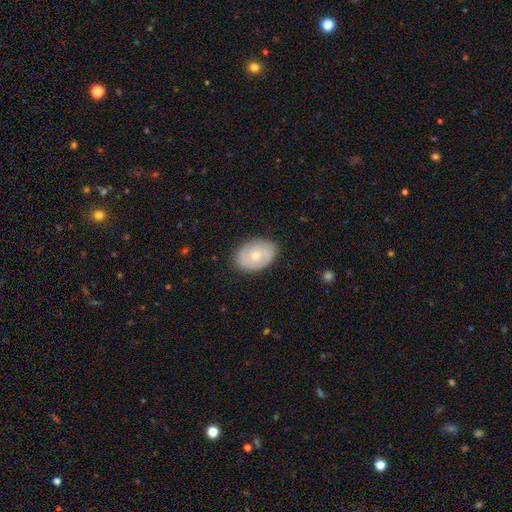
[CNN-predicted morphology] smooth-or-featured: featured or disk: 57% | smooth: 37% | star or artifact: 6%
  disk-edge-on: no: 95% | yes: 5%
    bar: no: 76% | weak: 21% | strong: 3%
    has-spiral-arms: yes: 71% | no: 29%
    bulge-size: moderate: 57% | small: 38% | large: 2% | none: 1% | dominant: 1%
  merging: none: 83% | minor disturbance: 13% | major disturbance: 3% | merger: 1%